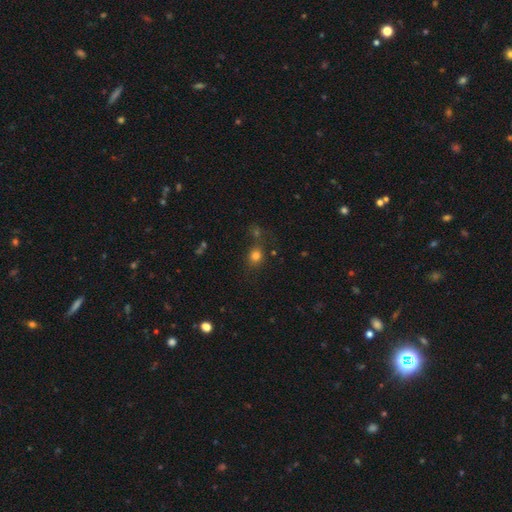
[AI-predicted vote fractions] smooth 77%, star or artifact 16%, featured or disk 7%. Down the decision tree: how rounded — round (74%); merging — none (66%).